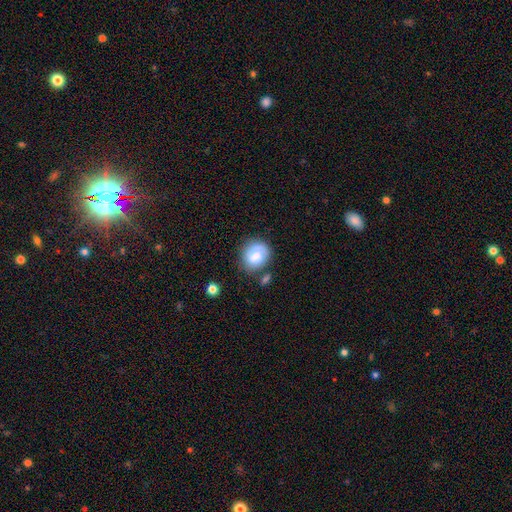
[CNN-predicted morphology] smooth 63%, featured or disk 29%, star or artifact 8%. Down the decision tree: how rounded — round (74%); merging — none (61%).